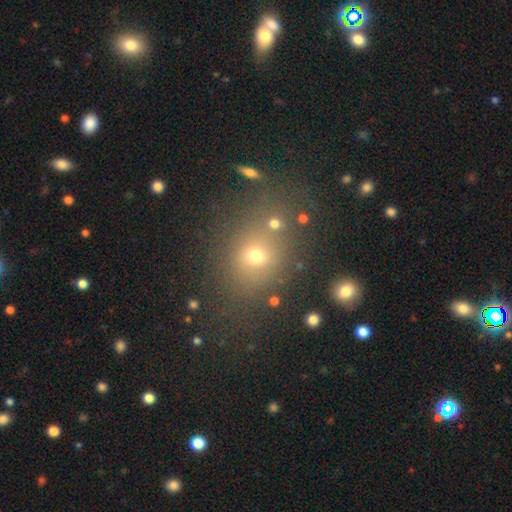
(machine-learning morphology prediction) Q: Smooth or featured?
A: smooth (64%); runner-up: star or artifact (23%)
Q: How rounded?
A: round (54%); runner-up: in between (44%)
Q: Merging?
A: none (68%); runner-up: minor disturbance (13%)